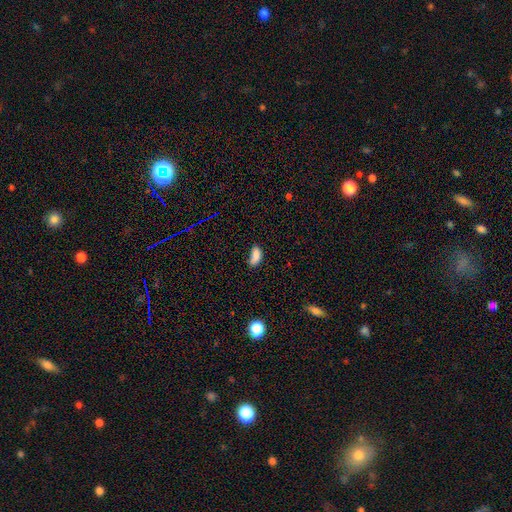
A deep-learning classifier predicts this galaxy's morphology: Q: Smooth or featured?
A: smooth (81%); runner-up: star or artifact (11%)
Q: How rounded?
A: in between (88%); runner-up: cigar-shaped (7%)
Q: Merging?
A: none (45%); runner-up: minor disturbance (33%)